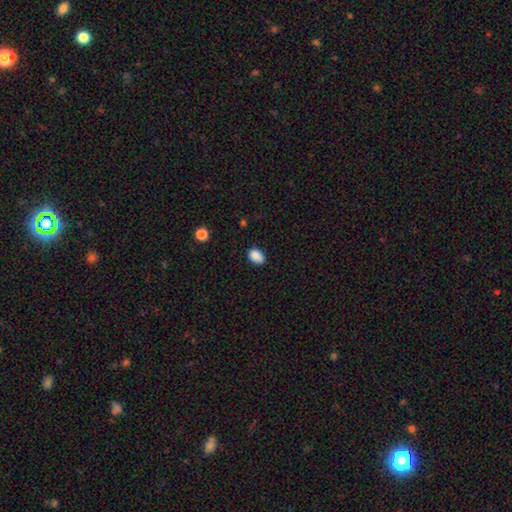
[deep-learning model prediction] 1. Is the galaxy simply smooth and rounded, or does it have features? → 87% smooth, 9% star or artifact, 3% featured or disk.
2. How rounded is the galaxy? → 80% in between, 19% round, 1% cigar-shaped.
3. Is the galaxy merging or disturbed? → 79% none, 17% minor disturbance, 3% major disturbance, 1% merger.